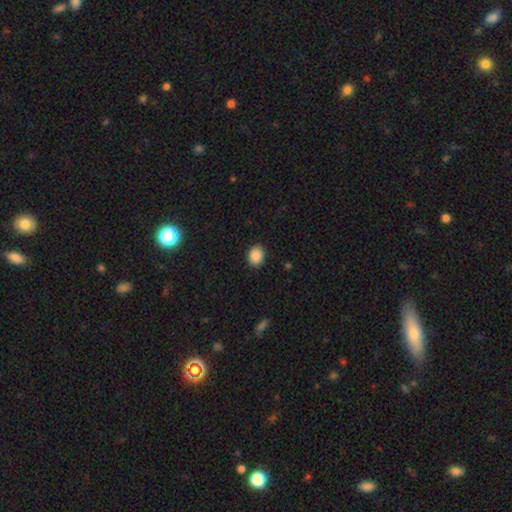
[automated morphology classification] smooth-or-featured: smooth: 89% | star or artifact: 8% | featured or disk: 3%
  how-rounded: round: 51% | in between: 48% | cigar-shaped: 1%
  merging: none: 90% | minor disturbance: 7% | major disturbance: 2% | merger: 1%